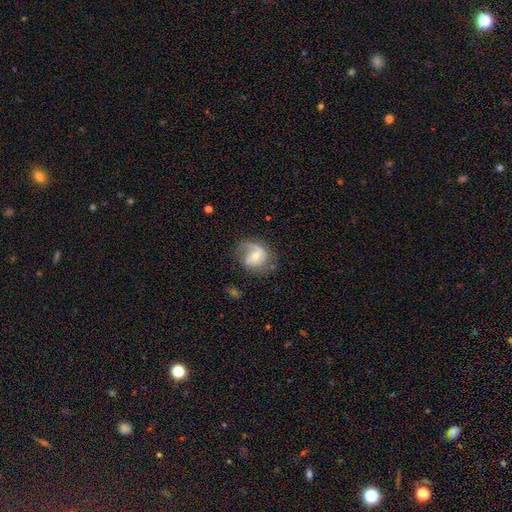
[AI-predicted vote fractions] Overall: featured or disk (66%; smooth 27%). Edge-on disk: no (97%). Bar: no (49%; weak 40%). Spiral arms: yes (86%). Spiral arm count: 2 (46%; 1 41%). Spiral winding: medium (42%; loose 37%). Bulge size: moderate (51%; small 42%). Merging: none (54%; minor disturbance 25%).